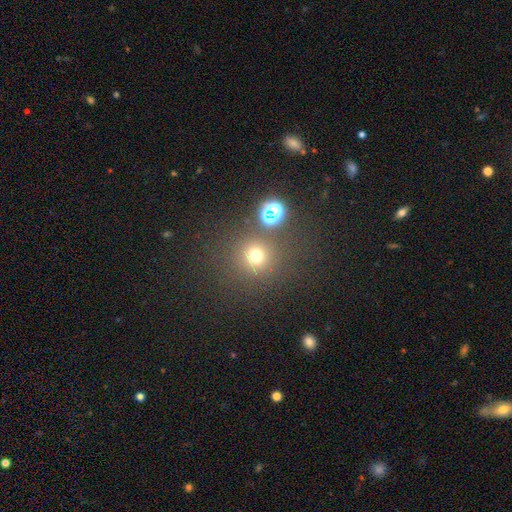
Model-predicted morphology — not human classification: Q: Smooth or featured?
A: smooth (69%); runner-up: star or artifact (24%)
Q: How rounded?
A: round (93%); runner-up: in between (6%)
Q: Merging?
A: none (82%); runner-up: minor disturbance (7%)